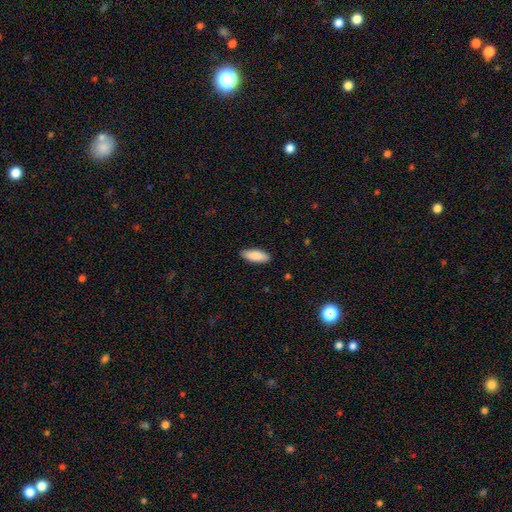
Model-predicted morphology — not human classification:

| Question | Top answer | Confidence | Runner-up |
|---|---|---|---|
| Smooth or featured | smooth | 87% | featured or disk (8%) |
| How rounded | in between | 72% | cigar-shaped (26%) |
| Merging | none | 89% | minor disturbance (8%) |